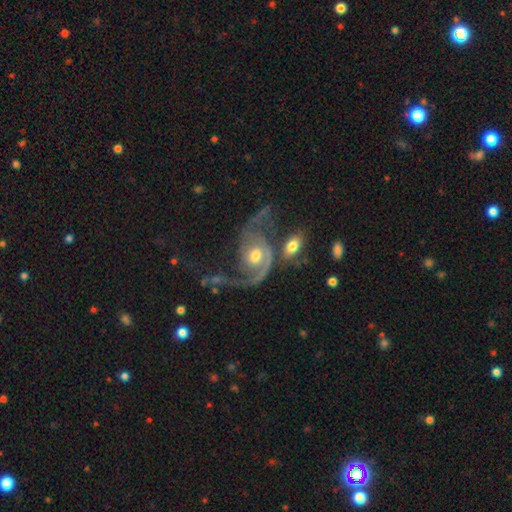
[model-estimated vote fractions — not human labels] Smooth or featured? Predicted: featured or disk (p=0.88). Edge-on disk? Predicted: no (p=0.97). Bar? Predicted: no (p=0.62). Spiral arms? Predicted: yes (p=0.96). Spiral winding? Predicted: loose (p=0.47). Spiral arm count? Predicted: 2 (p=0.76). Bulge size? Predicted: moderate (p=0.66). Merging? Predicted: none (p=0.35).